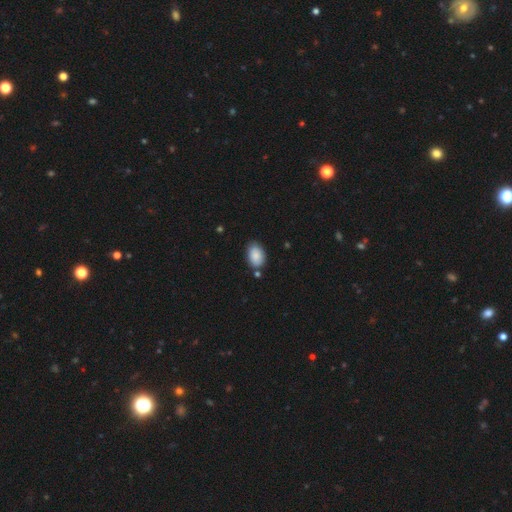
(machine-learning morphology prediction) This appears to be a smooth galaxy with no disk features (86%) that is in between round and cigar-shaped (87%). Merging: none (71%).